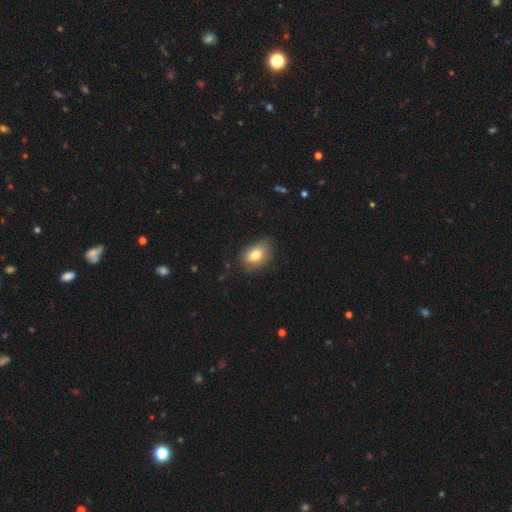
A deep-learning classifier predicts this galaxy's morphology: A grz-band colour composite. It shows a smooth galaxy with no disk features (77%) that is in between round and cigar-shaped (85%). Merging: none (71%).